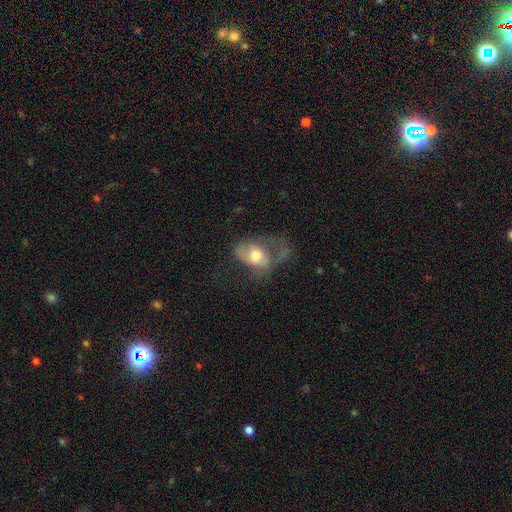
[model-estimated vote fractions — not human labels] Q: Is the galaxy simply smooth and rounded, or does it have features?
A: smooth — 52%.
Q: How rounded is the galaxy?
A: in between — 80%.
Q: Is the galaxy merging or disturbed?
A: major disturbance — 58%.